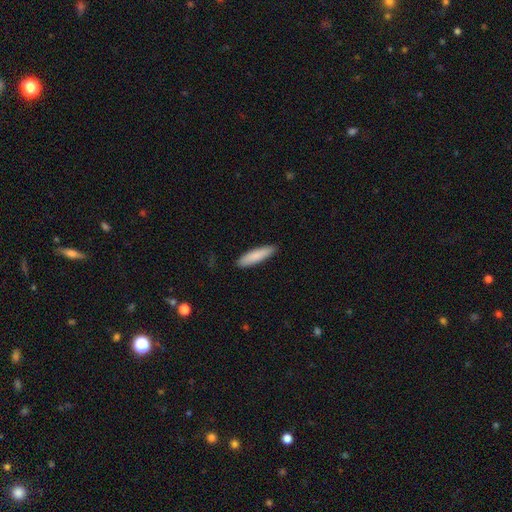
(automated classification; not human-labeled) Smooth or featured? smooth (86%)
How rounded? cigar-shaped (72%)
Merging? none (89%)